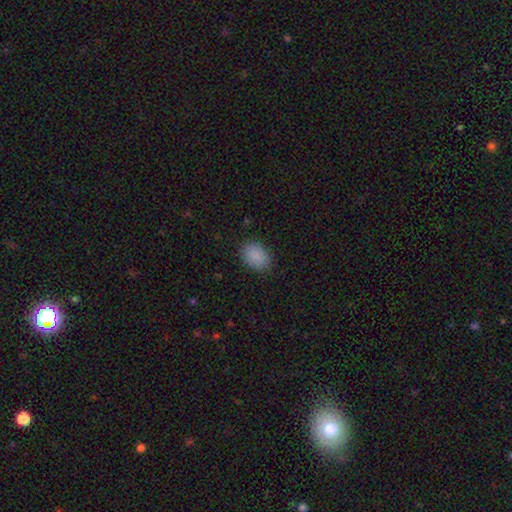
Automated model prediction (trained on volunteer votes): Smooth or featured: smooth — 88% (star or artifact — 8%)
How rounded: in between — 70% (round — 29%)
Merging: none — 84% (minor disturbance — 12%)